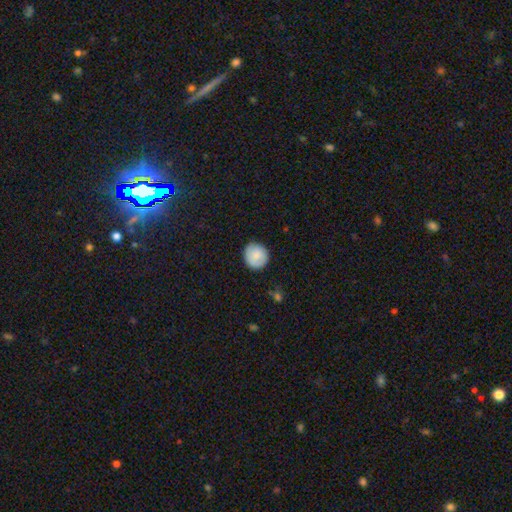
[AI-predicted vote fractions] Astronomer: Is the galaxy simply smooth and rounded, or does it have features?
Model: smooth — 85%.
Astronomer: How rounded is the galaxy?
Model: round — 91%.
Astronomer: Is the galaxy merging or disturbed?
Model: none — 85%.